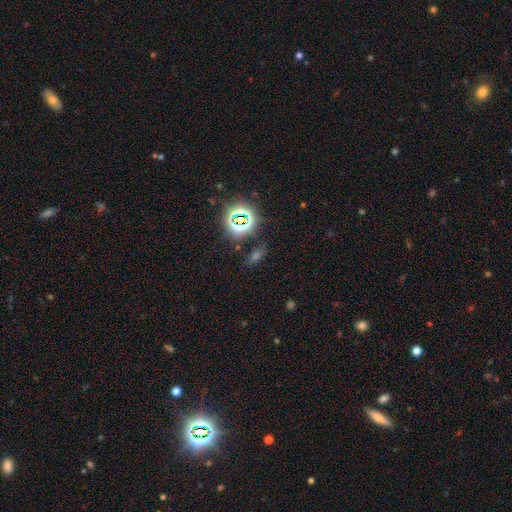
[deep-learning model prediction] smooth-or-featured: star or artifact: 54% | smooth: 31% | featured or disk: 16%